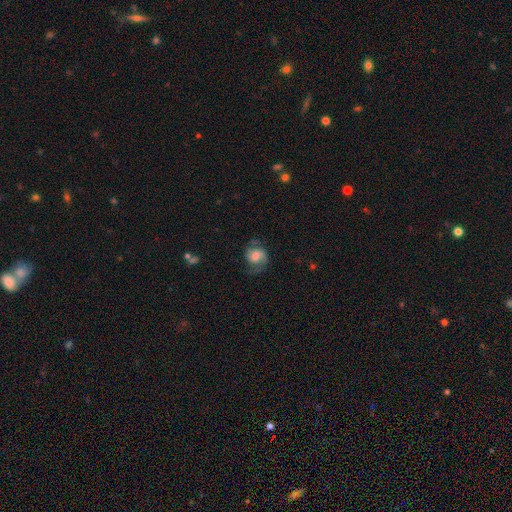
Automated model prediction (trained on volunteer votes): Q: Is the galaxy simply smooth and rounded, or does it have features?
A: featured or disk — 59%.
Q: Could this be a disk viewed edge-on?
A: no — 97%.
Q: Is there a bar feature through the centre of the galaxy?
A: no — 60%.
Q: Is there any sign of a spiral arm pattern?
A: yes — 90%.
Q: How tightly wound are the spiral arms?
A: medium — 47%.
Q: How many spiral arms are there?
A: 2 — 79%.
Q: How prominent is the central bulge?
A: moderate — 38%.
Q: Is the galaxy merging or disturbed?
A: none — 60%.